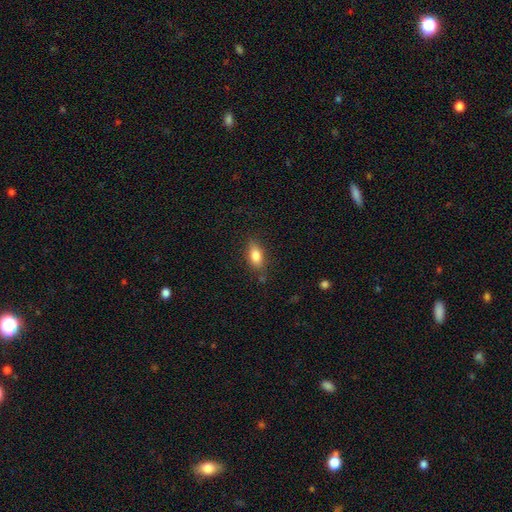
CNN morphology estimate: Q: Smooth or featured?
A: smooth (79%); runner-up: featured or disk (13%)
Q: How rounded?
A: in between (82%); runner-up: cigar-shaped (12%)
Q: Merging?
A: none (78%); runner-up: minor disturbance (16%)